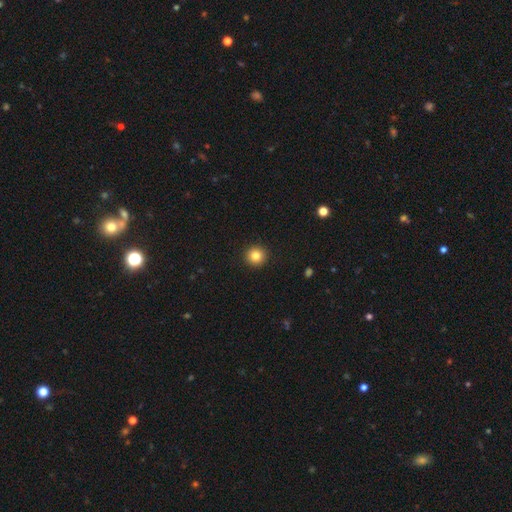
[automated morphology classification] This is clearly a smooth galaxy (83%). How rounded: clearly round (95%). Merging: clearly none (93%).